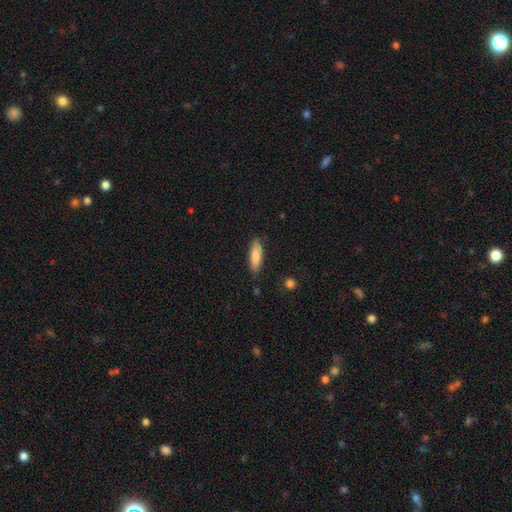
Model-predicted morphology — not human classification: The model was most divided on "how rounded": cigar-shaped: 55%, in between: 43%, round: 2%. More confident: merging — none (85%); smooth or featured — smooth (82%).